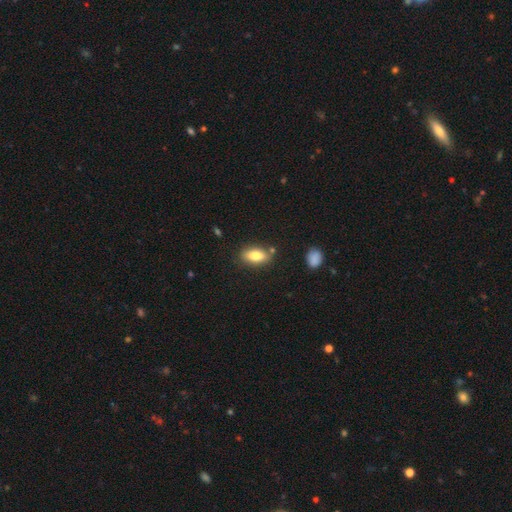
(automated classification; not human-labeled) smooth-or-featured: smooth: 79% | featured or disk: 13% | star or artifact: 8%
  how-rounded: in between: 86% | cigar-shaped: 8% | round: 5%
  merging: none: 79% | minor disturbance: 13% | merger: 5% | major disturbance: 3%